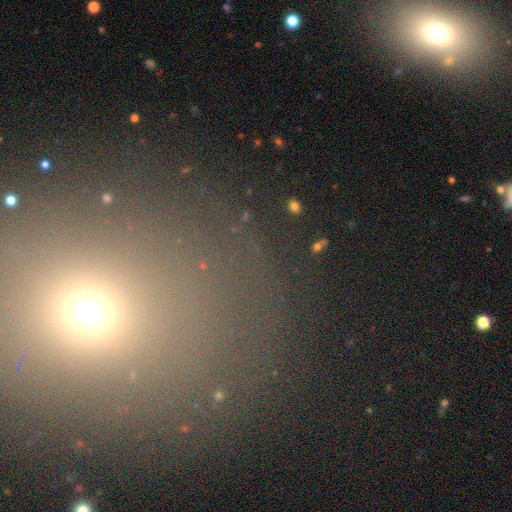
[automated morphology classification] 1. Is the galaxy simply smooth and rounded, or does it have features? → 46% star or artifact, 43% smooth, 11% featured or disk.